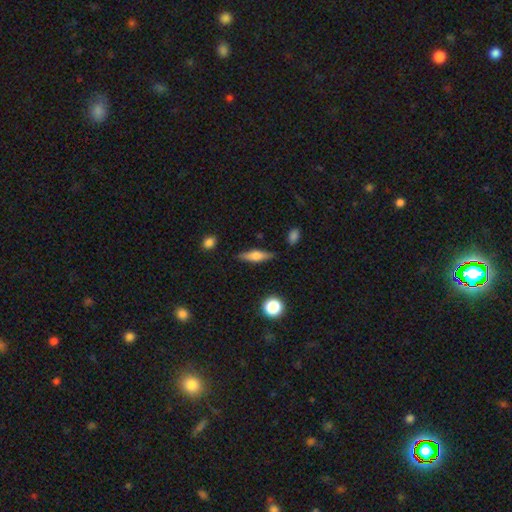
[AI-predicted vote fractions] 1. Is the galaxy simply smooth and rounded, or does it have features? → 52% smooth, 41% featured or disk, 8% star or artifact.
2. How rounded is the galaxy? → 61% cigar-shaped, 35% in between, 5% round.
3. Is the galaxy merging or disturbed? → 84% none, 11% minor disturbance, 3% major disturbance, 2% merger.